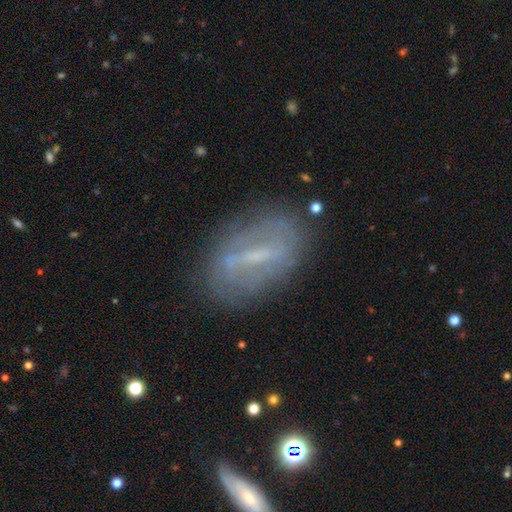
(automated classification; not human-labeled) A featured or disk galaxy (63%) with a strong bar (58%), no spiral arms (55%) and a small central bulge (46%). Merging: none (76%).